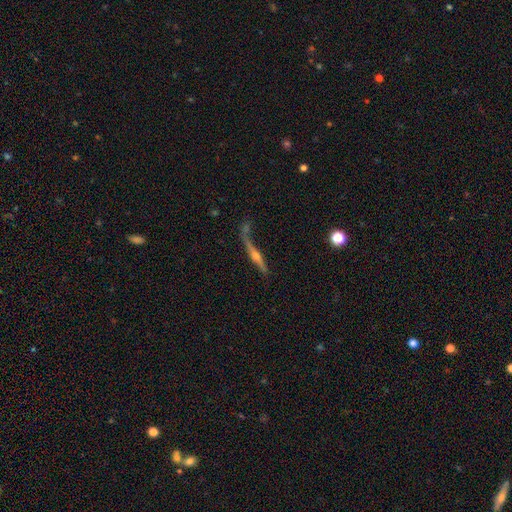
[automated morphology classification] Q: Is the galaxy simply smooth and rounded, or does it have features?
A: featured or disk — 75%.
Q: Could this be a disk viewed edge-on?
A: yes — 92%.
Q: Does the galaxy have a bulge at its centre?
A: rounded — 91%.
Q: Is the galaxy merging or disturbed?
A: none — 53%.